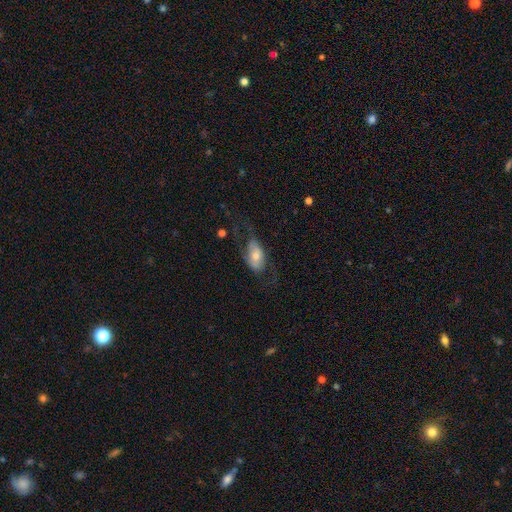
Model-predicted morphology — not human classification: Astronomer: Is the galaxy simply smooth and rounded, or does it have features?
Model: featured or disk — 51% (runner-up: smooth, 42%).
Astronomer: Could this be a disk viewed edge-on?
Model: no — 88%.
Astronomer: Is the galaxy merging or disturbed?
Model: none — 50% (runner-up: major disturbance, 28%).